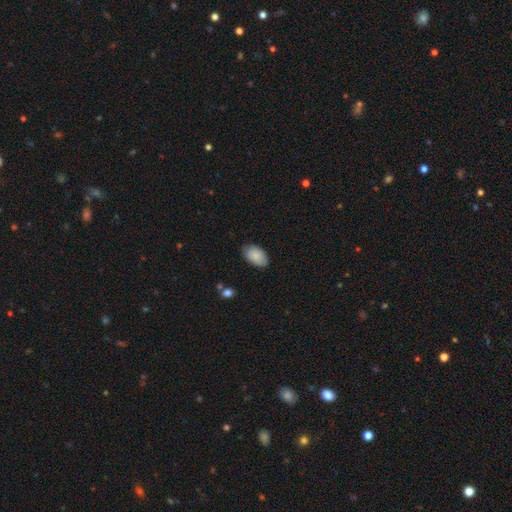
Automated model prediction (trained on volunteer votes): smooth_or_featured: smooth (p=0.85) [alt: featured or disk p=0.08]
how_rounded: in between (p=0.93) [alt: round p=0.06]
merging: none (p=0.78) [alt: minor disturbance p=0.18]